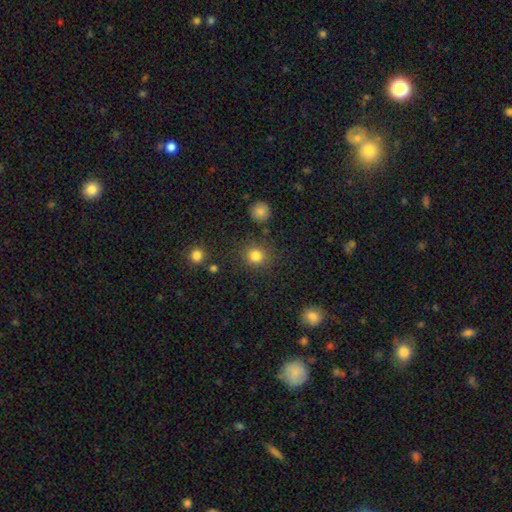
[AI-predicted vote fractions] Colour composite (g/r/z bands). It shows a smooth galaxy with no disk features (82%) that is round (88%). Merging: none (84%).